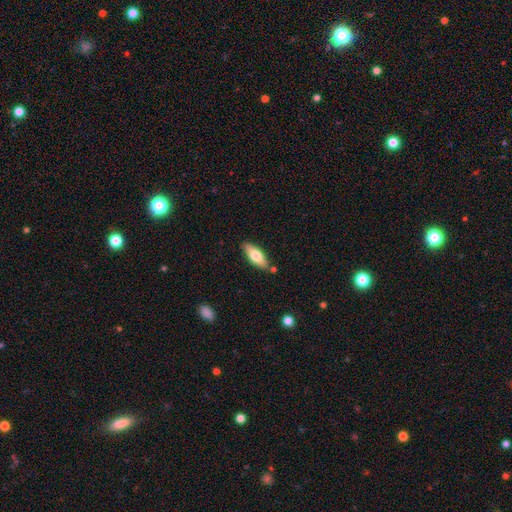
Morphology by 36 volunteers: A smooth galaxy with no disk features (64%) that is in between round and cigar-shaped (74%). Merging: none (64%).